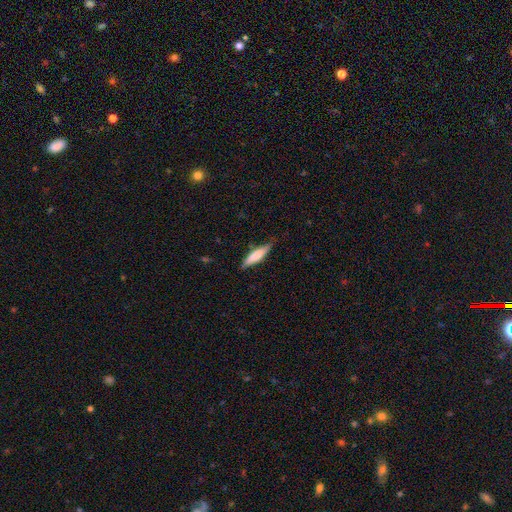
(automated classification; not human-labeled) smooth-or-featured: smooth: 67% | featured or disk: 27% | star or artifact: 6%
  how-rounded: cigar-shaped: 75% | in between: 24% | round: 2%
  merging: none: 78% | minor disturbance: 18% | major disturbance: 3% | merger: 1%